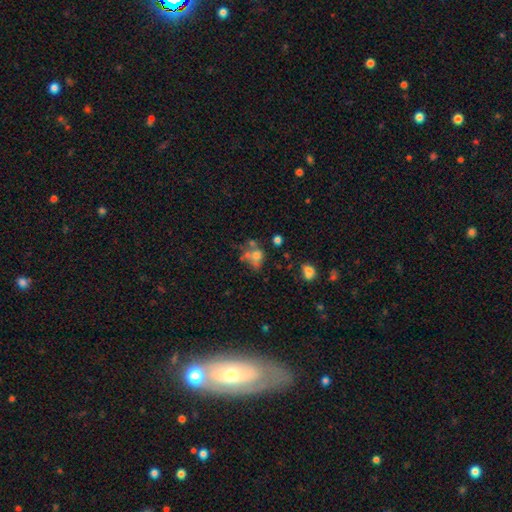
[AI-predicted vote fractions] Smooth or featured? Predicted: smooth (p=0.58). How rounded? Predicted: round (p=0.58). Merging? Predicted: merger (p=0.36).